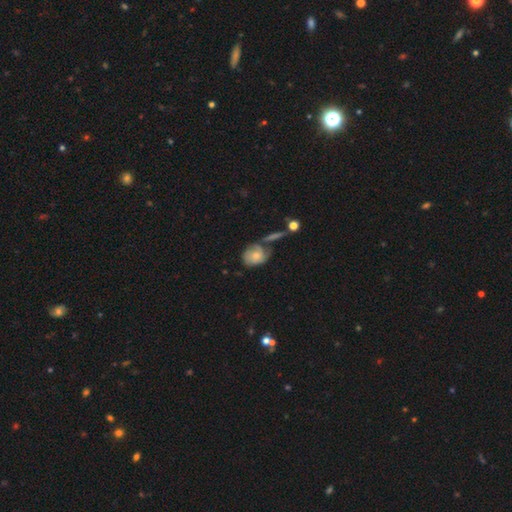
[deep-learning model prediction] A smooth galaxy with no disk features (55%) that is in between round and cigar-shaped (53%).

Vote fractions:
- Smooth or featured? smooth: 55% / featured or disk: 37% / star or artifact: 8%
- How rounded? in between: 53% / round: 45% / cigar-shaped: 2%
- Merging? none: 40% / minor disturbance: 25% / merger: 21% / major disturbance: 13%